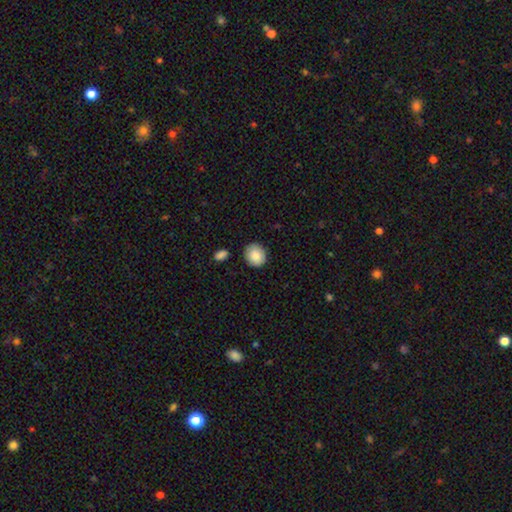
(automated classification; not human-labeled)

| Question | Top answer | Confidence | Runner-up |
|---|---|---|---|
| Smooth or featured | smooth | 86% | star or artifact (7%) |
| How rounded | round | 73% | in between (26%) |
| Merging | none | 85% | minor disturbance (10%) |